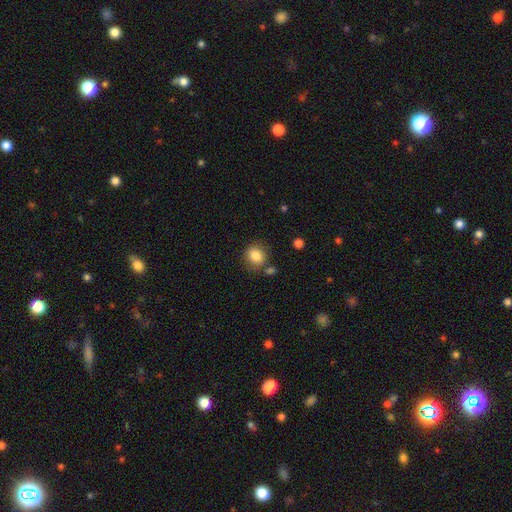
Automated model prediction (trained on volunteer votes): Smooth or featured? smooth (84%)
How rounded? round (74%)
Merging? none (75%)